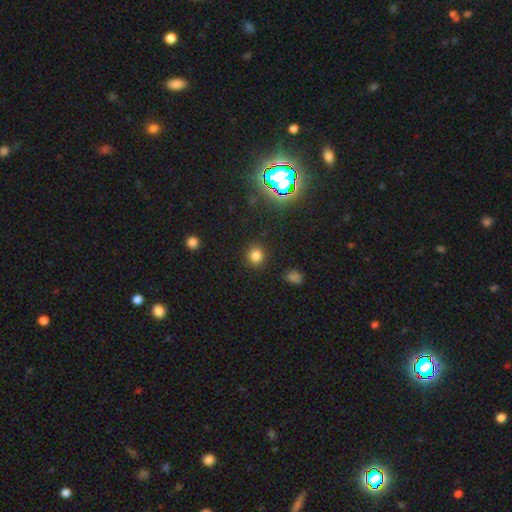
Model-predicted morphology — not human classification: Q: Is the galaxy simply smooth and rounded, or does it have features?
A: smooth — 79%.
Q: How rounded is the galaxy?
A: round — 87%.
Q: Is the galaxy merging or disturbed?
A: none — 89%.